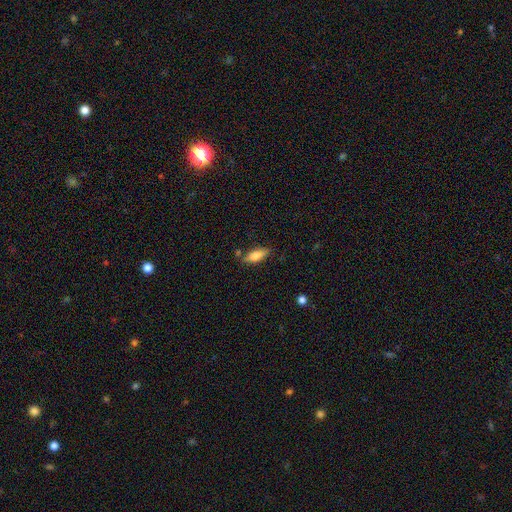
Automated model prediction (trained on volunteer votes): smooth-or-featured: smooth: 79% | featured or disk: 14% | star or artifact: 7%
  how-rounded: in between: 68% | cigar-shaped: 30% | round: 2%
  merging: none: 75% | minor disturbance: 16% | merger: 5% | major disturbance: 4%